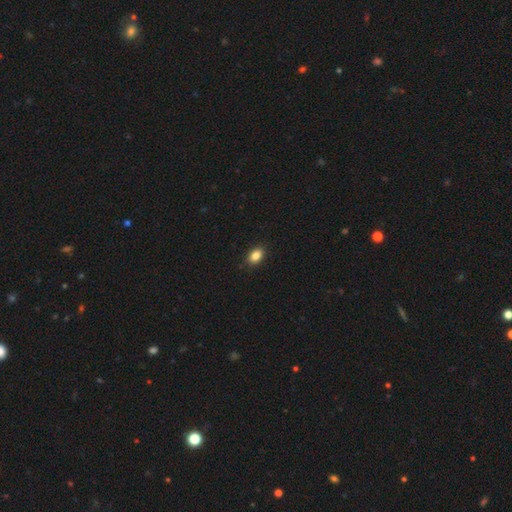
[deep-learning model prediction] A smooth galaxy with no disk features (86%) that is in between round and cigar-shaped (83%). Merging: none (90%).